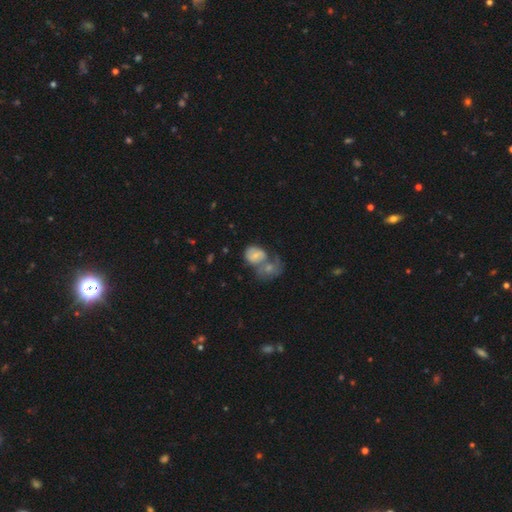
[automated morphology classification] Smooth or featured? smooth (55%)
How rounded? in between (55%)
Merging? merger (64%)